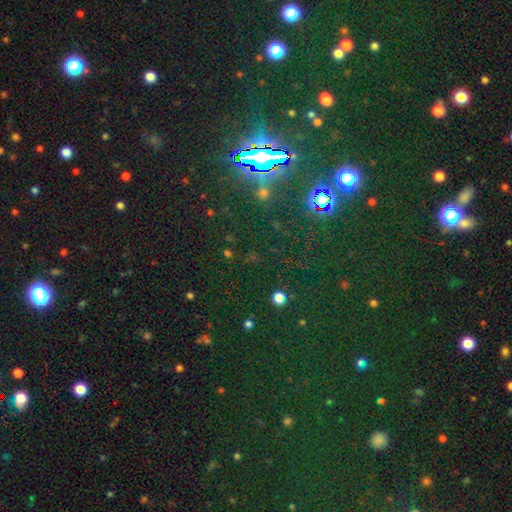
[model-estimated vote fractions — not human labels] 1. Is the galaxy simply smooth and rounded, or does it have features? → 80% star or artifact, 13% smooth, 7% featured or disk.